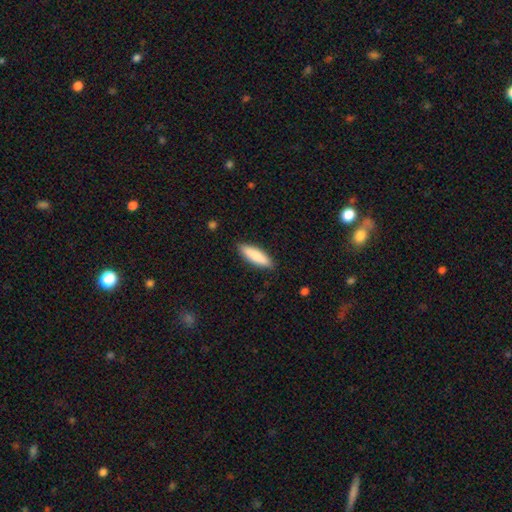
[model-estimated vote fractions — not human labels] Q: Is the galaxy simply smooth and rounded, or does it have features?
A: smooth — 85%.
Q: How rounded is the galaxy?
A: cigar-shaped — 59%.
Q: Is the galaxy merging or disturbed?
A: none — 88%.